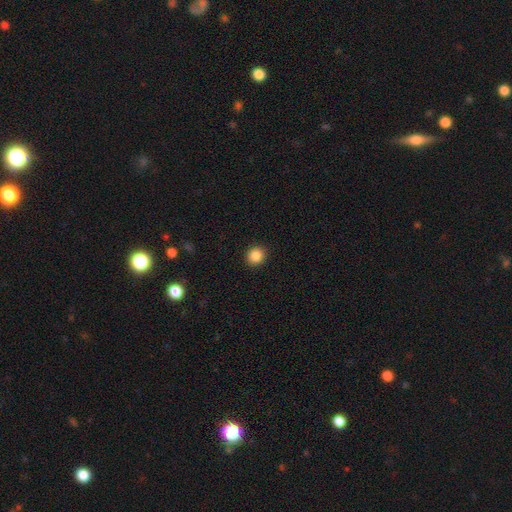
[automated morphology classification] smooth 87%, star or artifact 10%, featured or disk 3%. Down the decision tree: how rounded — round (89%); merging — none (92%).